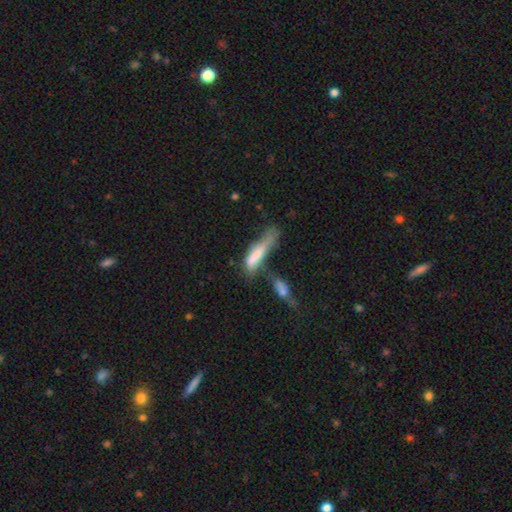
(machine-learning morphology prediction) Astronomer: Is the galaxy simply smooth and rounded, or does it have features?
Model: smooth — 66%.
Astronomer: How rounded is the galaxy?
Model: cigar-shaped — 68%.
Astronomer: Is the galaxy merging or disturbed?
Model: merger — 35% (runner-up: major disturbance, 28%).